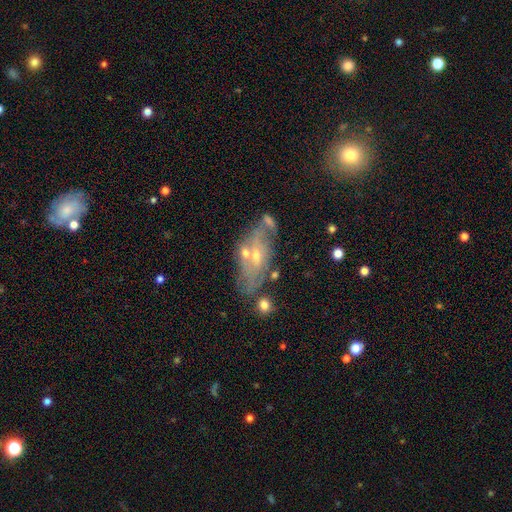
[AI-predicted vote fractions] Smooth or featured? featured or disk (67%)
Edge-on disk? no (86%)
Bar? no (62%)
Spiral arms? yes (59%)
Bulge size? small (64%)
Merging? none (48%)